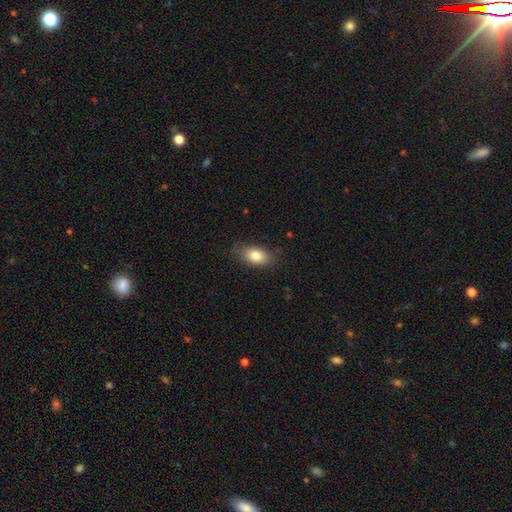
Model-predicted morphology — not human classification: Smooth or featured? Predicted: smooth (p=0.82). How rounded? Predicted: in between (p=0.89). Merging? Predicted: none (p=0.79).